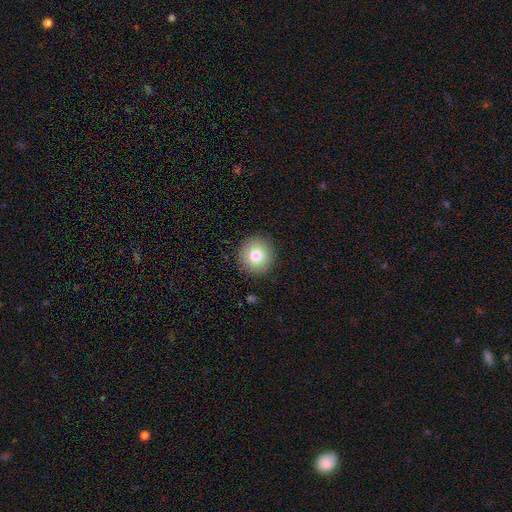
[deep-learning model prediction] smooth-or-featured: smooth: 79% | featured or disk: 11% | star or artifact: 10%
  how-rounded: round: 93% | in between: 6% | cigar-shaped: 1%
  merging: none: 91% | minor disturbance: 6% | major disturbance: 2% | merger: 1%